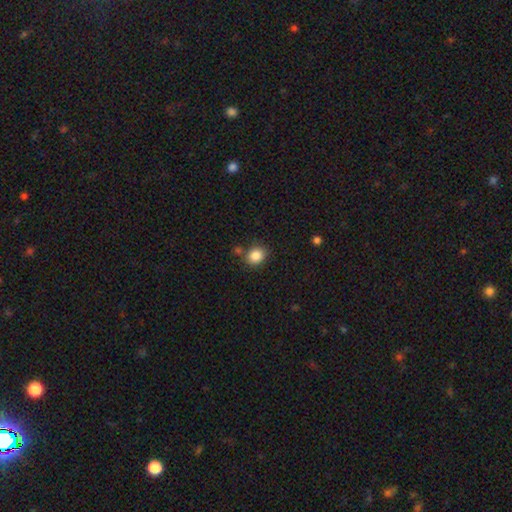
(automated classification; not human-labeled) Morphology: type=smooth (86%); roundness=round (65%); merging=none (77%).